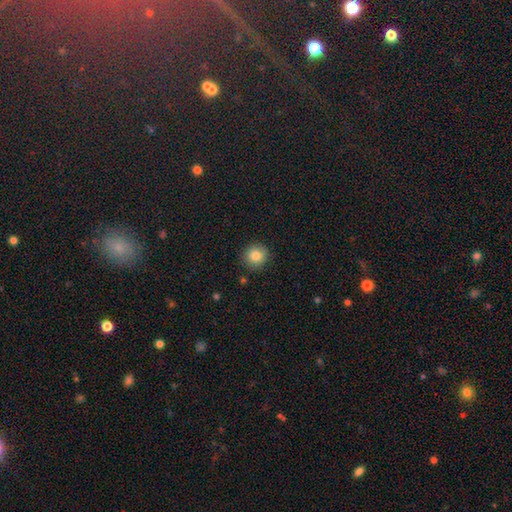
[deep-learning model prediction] Smooth or featured: smooth — 84% (star or artifact — 10%)
How rounded: round — 91% (in between — 8%)
Merging: none — 89% (minor disturbance — 7%)